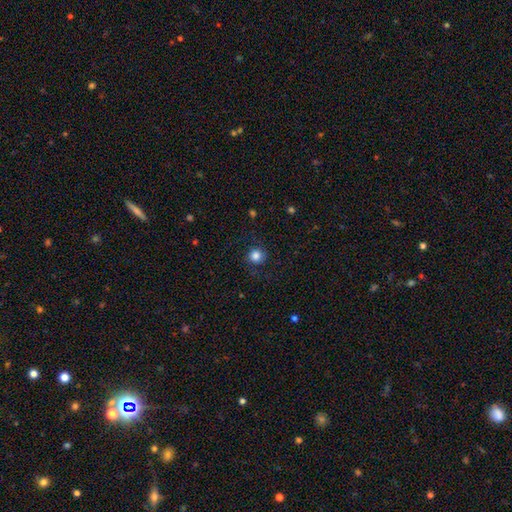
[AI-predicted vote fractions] The model was most divided on "merging": none: 83%, minor disturbance: 11%, major disturbance: 5%, merger: 1%. More confident: how rounded — round (92%); smooth or featured — smooth (83%).